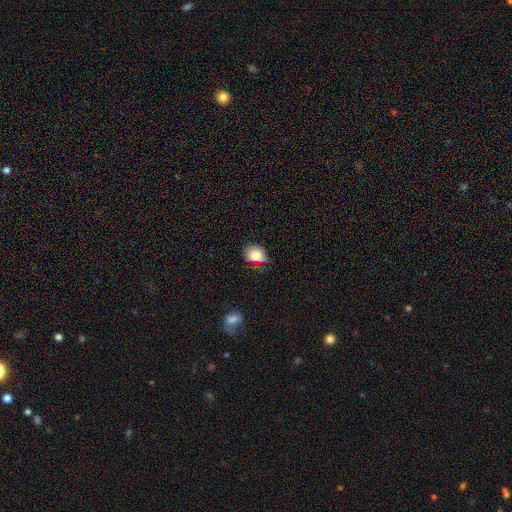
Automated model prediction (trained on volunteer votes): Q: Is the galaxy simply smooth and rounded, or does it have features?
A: smooth — 81%.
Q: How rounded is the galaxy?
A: in between — 53%.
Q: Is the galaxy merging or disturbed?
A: none — 54%.